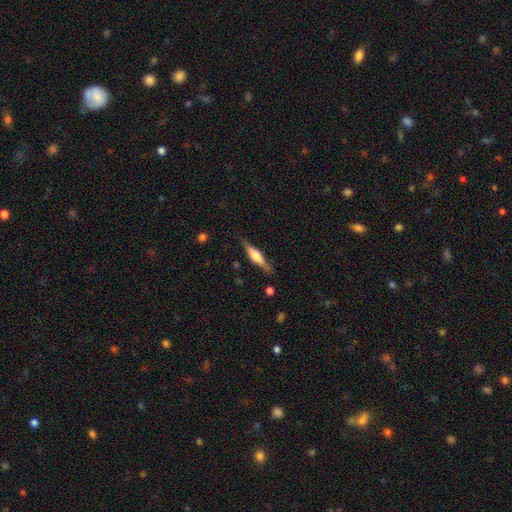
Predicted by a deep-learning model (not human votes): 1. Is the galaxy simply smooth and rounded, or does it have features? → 58% featured or disk, 36% smooth, 6% star or artifact.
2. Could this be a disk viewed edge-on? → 95% yes, 5% no.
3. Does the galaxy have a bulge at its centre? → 78% rounded, 18% boxy, 4% none.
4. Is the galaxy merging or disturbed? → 82% none, 13% minor disturbance, 3% major disturbance, 2% merger.